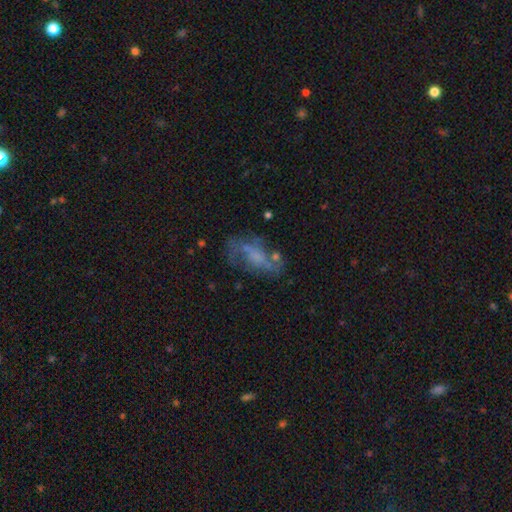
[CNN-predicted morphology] Q: Smooth or featured?
A: featured or disk (58%); runner-up: smooth (29%)
Q: Edge-on disk?
A: no (92%); runner-up: yes (8%)
Q: Bar?
A: no (60%); runner-up: weak (31%)
Q: Spiral arms?
A: yes (64%); runner-up: no (36%)
Q: Bulge size?
A: none (44%); runner-up: small (25%)
Q: Merging?
A: none (50%); runner-up: major disturbance (21%)